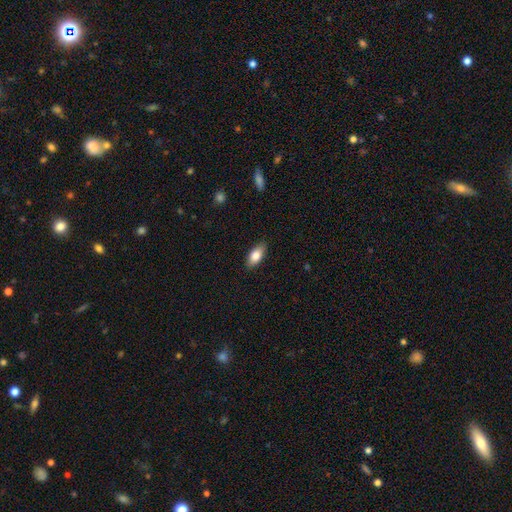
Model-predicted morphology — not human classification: type=smooth (79%); roundness=in between (87%); merging=none (88%).